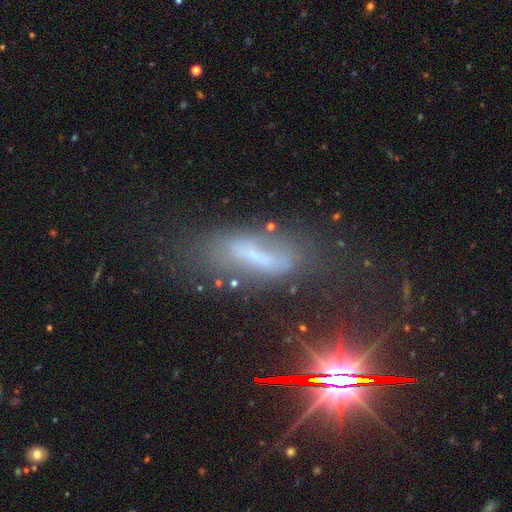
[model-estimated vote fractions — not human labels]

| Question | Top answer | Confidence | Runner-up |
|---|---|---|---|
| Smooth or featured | featured or disk | 39% | smooth (37%) |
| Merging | none | 56% | minor disturbance (23%) |